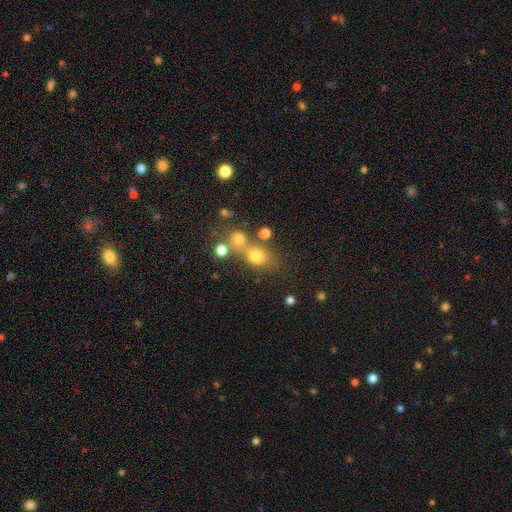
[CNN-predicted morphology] type=smooth (69%); roundness=round (52%); merging=none (46%).